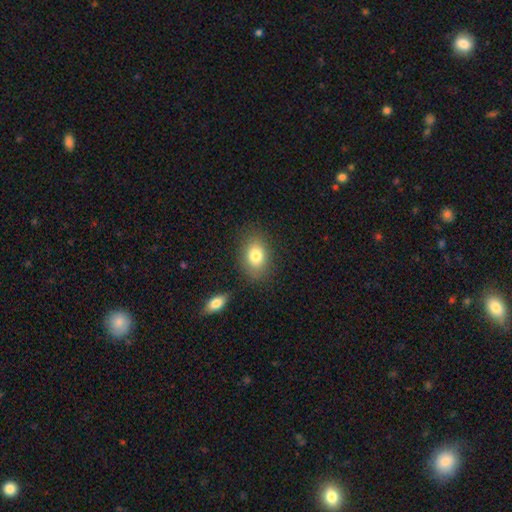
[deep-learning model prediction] Morphology: type=smooth (80%); roundness=in between (72%); merging=none (80%).